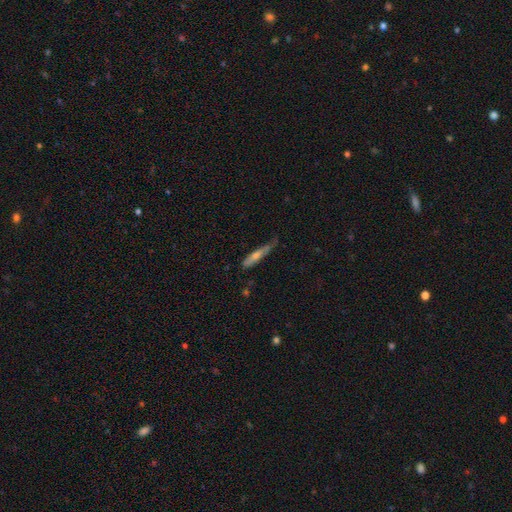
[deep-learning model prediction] Morphology: type=smooth (47%); merging=none (58%).